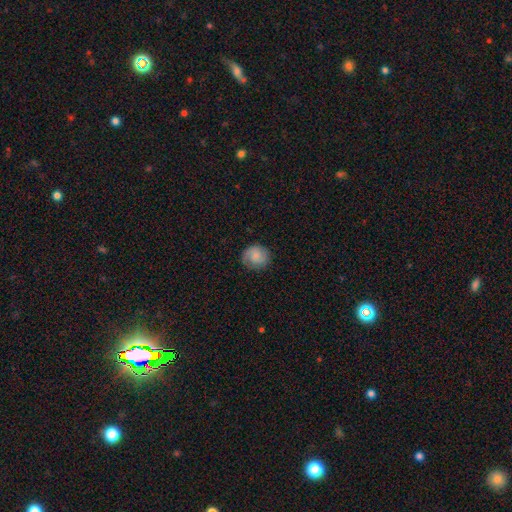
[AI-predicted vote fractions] smooth_or_featured: smooth (p=0.55) [alt: featured or disk p=0.37]
how_rounded: round (p=0.82) [alt: in between p=0.17]
merging: none (p=0.78) [alt: minor disturbance p=0.16]